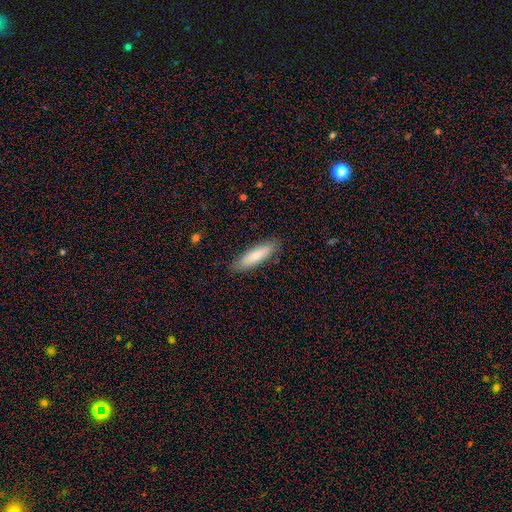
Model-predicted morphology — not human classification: smooth-or-featured: smooth: 76% | featured or disk: 18% | star or artifact: 6%
  how-rounded: cigar-shaped: 66% | in between: 32% | round: 1%
  merging: none: 86% | minor disturbance: 11% | major disturbance: 2% | merger: 1%